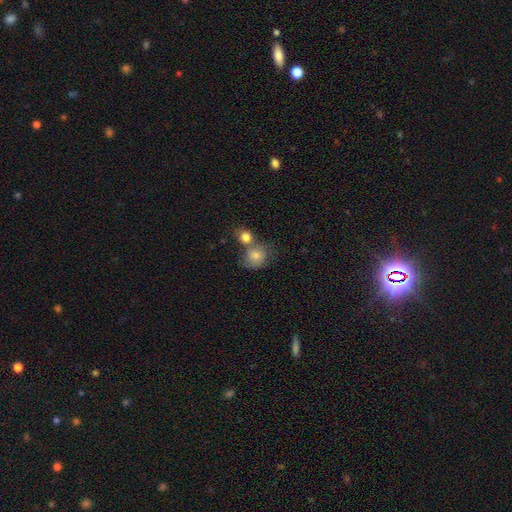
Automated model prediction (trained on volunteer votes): This is likely a smooth galaxy (77%). How rounded: likely round (68%). Merging: possibly merger (47%).